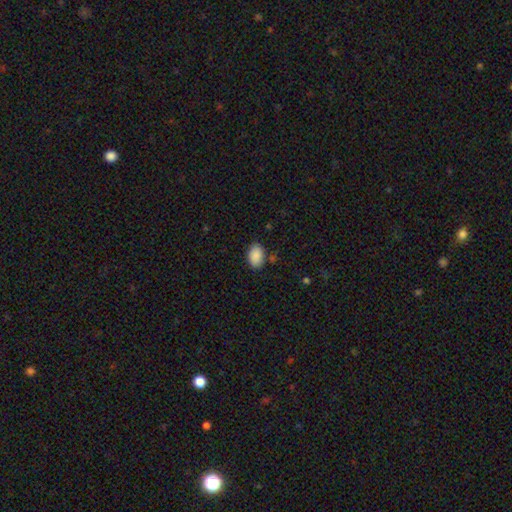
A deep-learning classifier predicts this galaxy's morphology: This is clearly a smooth galaxy (90%). How rounded: clearly in between (89%). Merging: clearly none (83%).